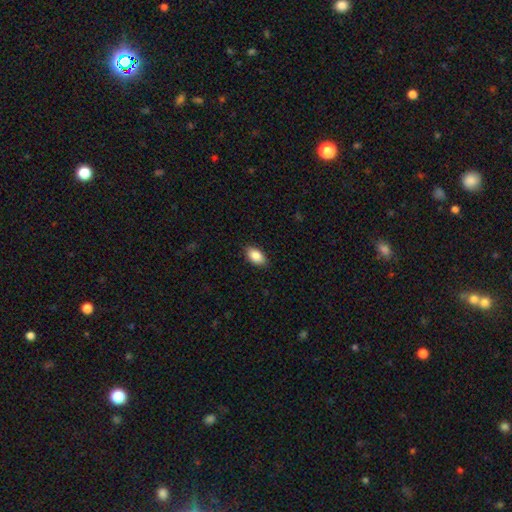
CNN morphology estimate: The model was most divided on "merging": none: 88%, minor disturbance: 9%, major disturbance: 2%, merger: 1%. More confident: how rounded — in between (93%); smooth or featured — smooth (87%).